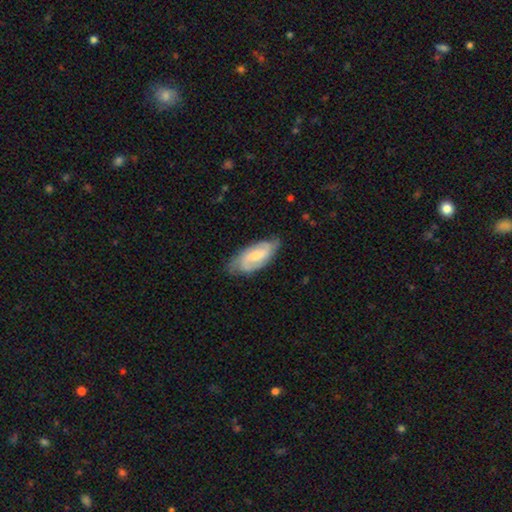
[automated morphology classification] This appears to be a featured or disk galaxy (66%) with a weak bar (50%), 2 (67%) medium (46%) spiral arms (92%) and a small central bulge (47%). Merging: none (71%).